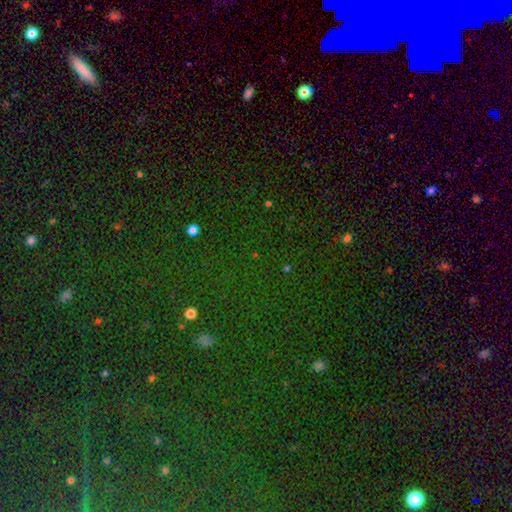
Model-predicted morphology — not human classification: This is likely a star or artifact rather than a galaxy (69%).